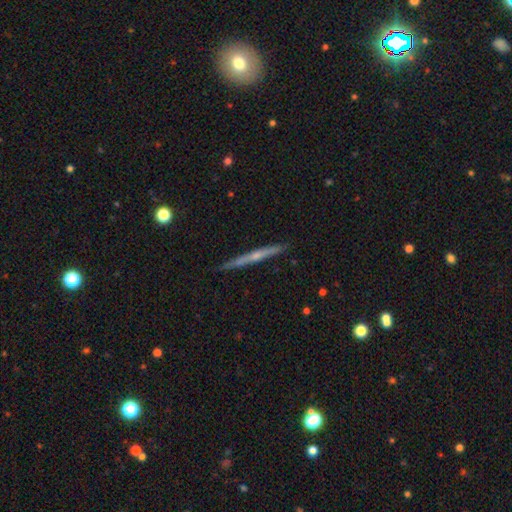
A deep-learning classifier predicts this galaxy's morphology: smooth-or-featured: featured or disk: 68% | smooth: 26% | star or artifact: 6%
  disk-edge-on: yes: 98% | no: 2%
    edge-on-bulge: rounded: 54% | none: 41% | boxy: 5%
  merging: none: 90% | minor disturbance: 8% | major disturbance: 1% | merger: 1%